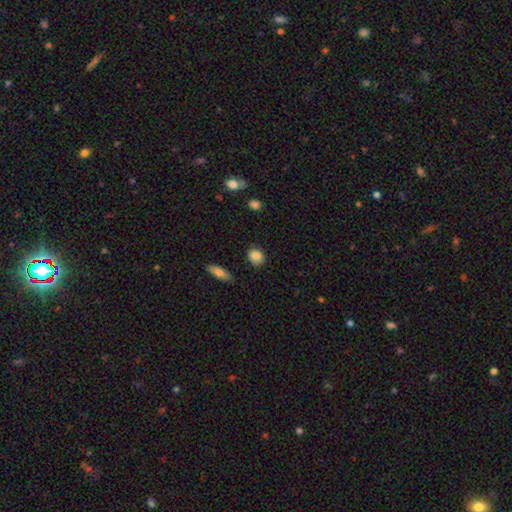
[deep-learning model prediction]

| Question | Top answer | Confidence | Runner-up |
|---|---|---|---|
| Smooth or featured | smooth | 86% | star or artifact (8%) |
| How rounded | round | 63% | in between (36%) |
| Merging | none | 87% | minor disturbance (9%) |